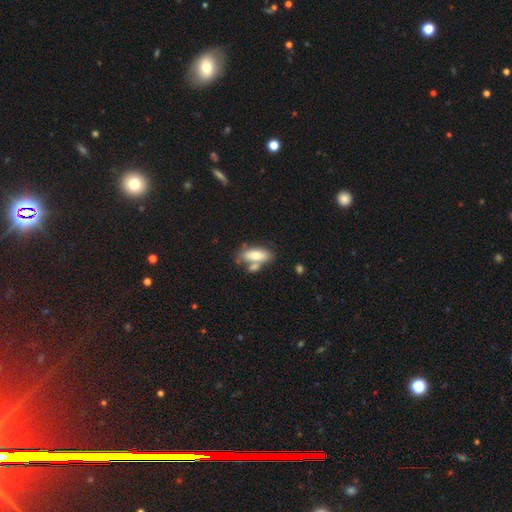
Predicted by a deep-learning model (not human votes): Morphology: type=smooth (74%); roundness=in between (82%); merging=none (49%).